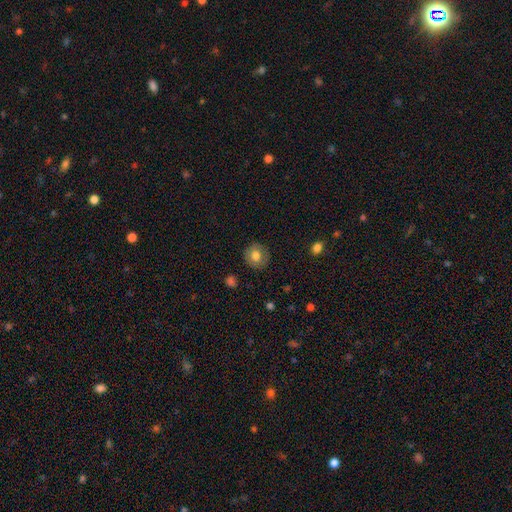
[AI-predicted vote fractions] The model was most divided on "smooth or featured": smooth: 76%, featured or disk: 16%, star or artifact: 9%. More confident: merging — none (87%); how rounded — round (86%).